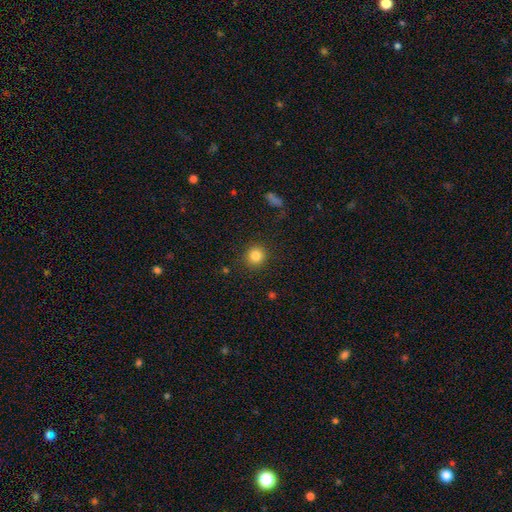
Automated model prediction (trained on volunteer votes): This is clearly a smooth galaxy (84%). How rounded: clearly round (92%). Merging: clearly none (90%).